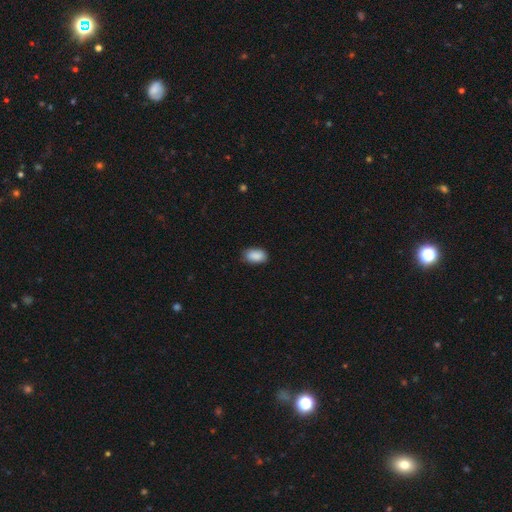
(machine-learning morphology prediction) Smooth or featured: smooth — 90% (star or artifact — 7%)
How rounded: in between — 93% (round — 6%)
Merging: none — 82% (minor disturbance — 14%)